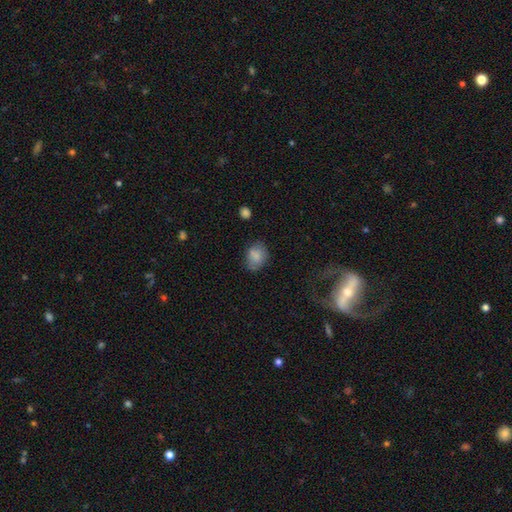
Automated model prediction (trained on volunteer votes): smooth 80%, featured or disk 11%, star or artifact 9%. Down the decision tree: how rounded — in between (59%); merging — none (68%).